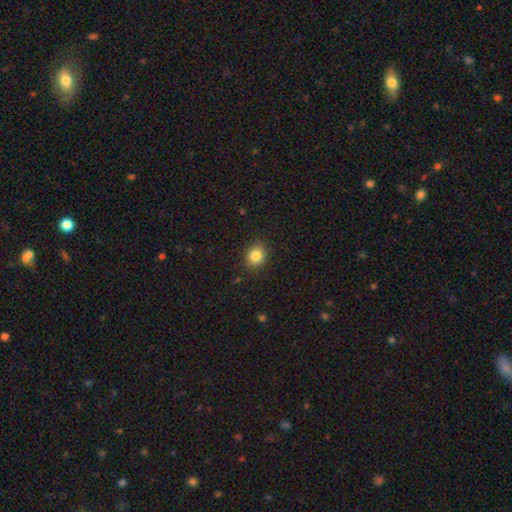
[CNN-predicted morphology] A smooth galaxy with no disk features (83%) that is round (70%). Merging: none (88%).